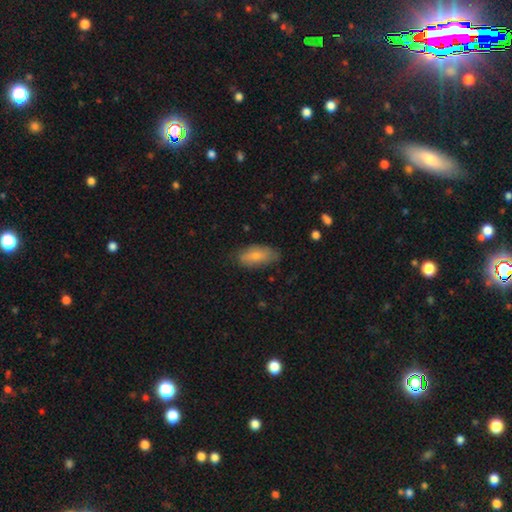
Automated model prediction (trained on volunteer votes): smooth_or_featured: smooth (p=0.76) [alt: featured or disk p=0.18]
how_rounded: in between (p=0.88) [alt: cigar-shaped p=0.09]
merging: none (p=0.73) [alt: minor disturbance p=0.22]